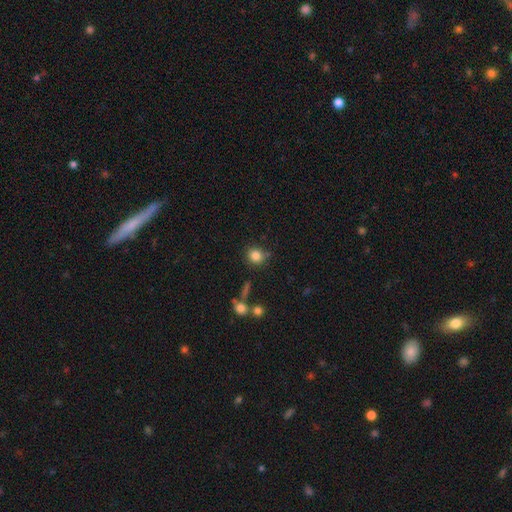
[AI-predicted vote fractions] The model was most divided on "merging": none: 74%, minor disturbance: 15%, merger: 6%, major disturbance: 5%. More confident: smooth or featured — smooth (83%); how rounded — round (83%).